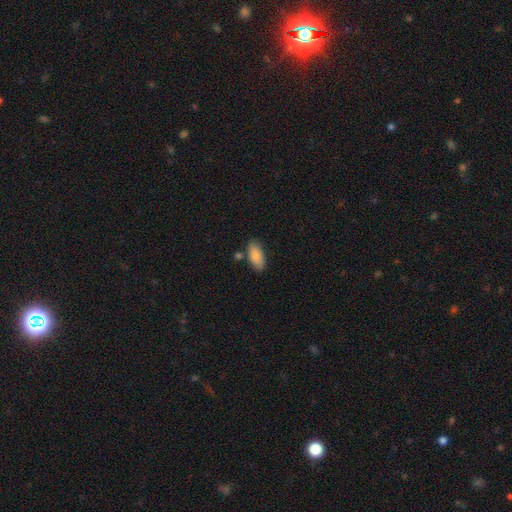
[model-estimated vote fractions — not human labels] Smooth or featured? Predicted: smooth (p=0.85). How rounded? Predicted: in between (p=0.90). Merging? Predicted: none (p=0.77).